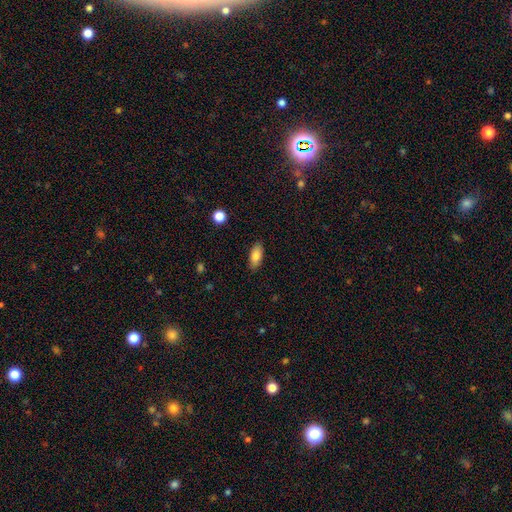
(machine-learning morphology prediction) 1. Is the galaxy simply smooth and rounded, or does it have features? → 83% smooth, 10% featured or disk, 7% star or artifact.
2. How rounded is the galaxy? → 86% in between, 11% cigar-shaped, 3% round.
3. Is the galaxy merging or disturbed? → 88% none, 9% minor disturbance, 2% major disturbance, 1% merger.